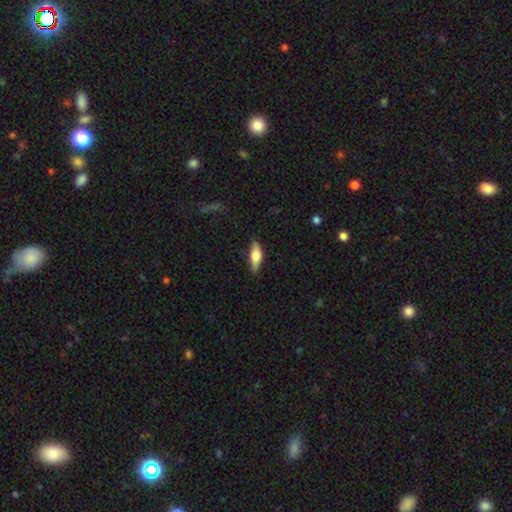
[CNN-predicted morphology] smooth-or-featured: smooth: 61% | featured or disk: 33% | star or artifact: 6%
  how-rounded: in between: 64% | cigar-shaped: 33% | round: 3%
  merging: none: 78% | minor disturbance: 17% | major disturbance: 4% | merger: 1%